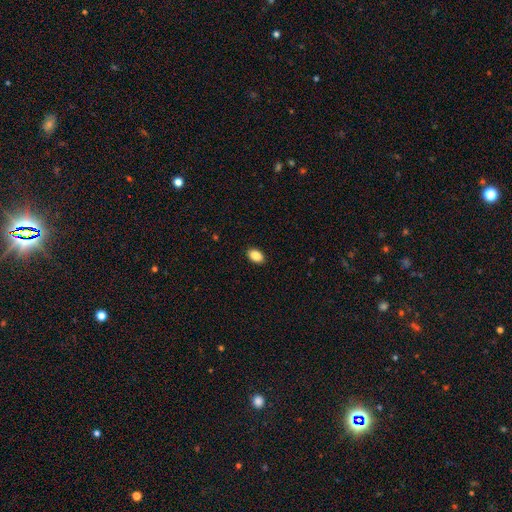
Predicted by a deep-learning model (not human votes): Overall: smooth (88%). How rounded: in between (88%). Merging: none (90%).